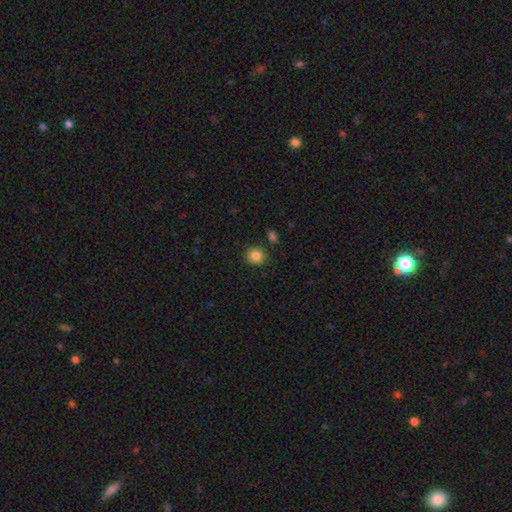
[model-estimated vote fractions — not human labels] A smooth galaxy with no disk features (85%) that is round (83%). Merging: none (86%).